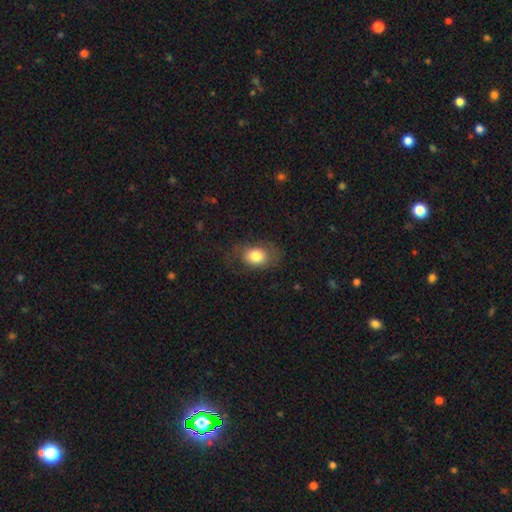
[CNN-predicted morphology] The model was most divided on "merging": none: 65%, minor disturbance: 21%, major disturbance: 13%, merger: 1%. More confident: smooth or featured — smooth (78%); how rounded — in between (73%).